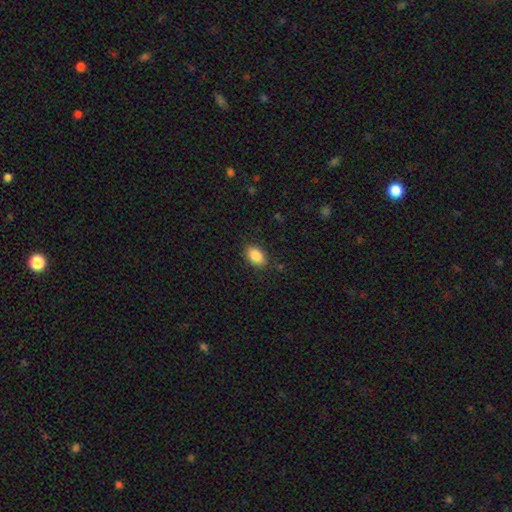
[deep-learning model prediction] Smooth or featured: smooth — 87% (star or artifact — 8%)
How rounded: in between — 88% (round — 10%)
Merging: none — 86% (minor disturbance — 11%)